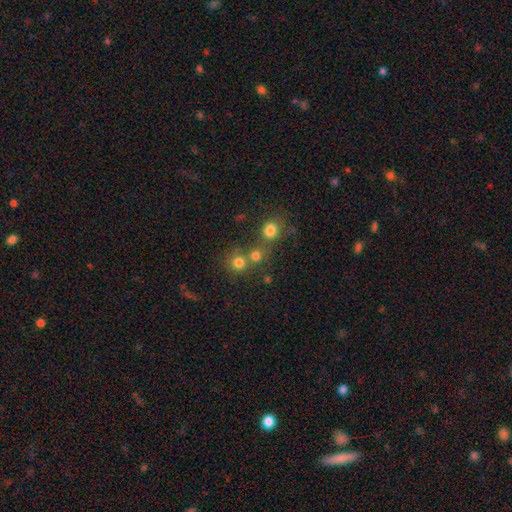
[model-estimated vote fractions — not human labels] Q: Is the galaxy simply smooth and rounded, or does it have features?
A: smooth — 75%.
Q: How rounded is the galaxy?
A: round — 87%.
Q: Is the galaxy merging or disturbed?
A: none — 54%.